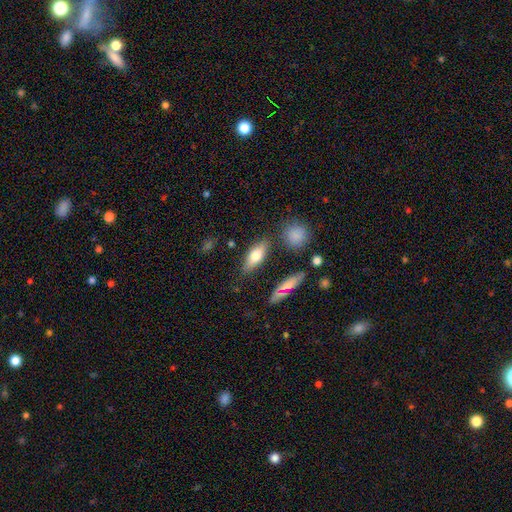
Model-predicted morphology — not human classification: A smooth galaxy with no disk features (69%) that is in between round and cigar-shaped (68%).

Vote fractions:
- Smooth or featured? smooth: 69% / featured or disk: 24% / star or artifact: 8%
- How rounded? in between: 68% / cigar-shaped: 28% / round: 4%
- Merging? none: 78% / minor disturbance: 13% / merger: 5% / major disturbance: 4%